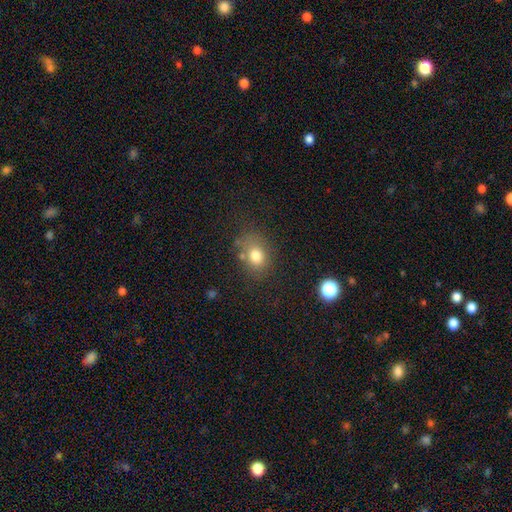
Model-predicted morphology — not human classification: Smooth or featured?
  - smooth: 77% *
  - star or artifact: 12%
  - featured or disk: 11%
How rounded?
  - in between: 56% *
  - round: 43%
  - cigar-shaped: 1%
Merging?
  - none: 65% *
  - minor disturbance: 19%
  - merger: 9%
  - major disturbance: 8%